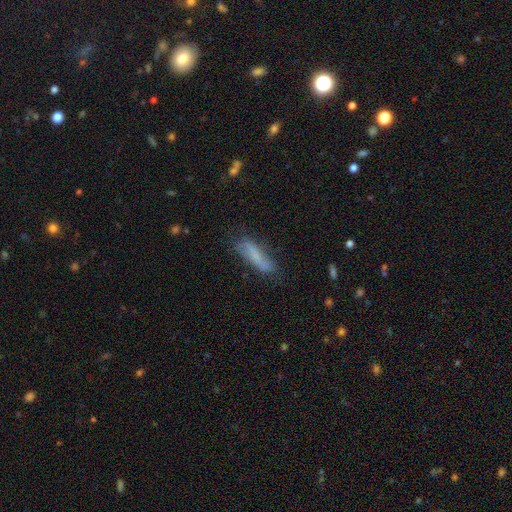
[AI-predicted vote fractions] The model was most divided on "smooth or featured": smooth: 60%, featured or disk: 31%, star or artifact: 9%. More confident: how rounded — cigar-shaped (72%); merging — none (65%).